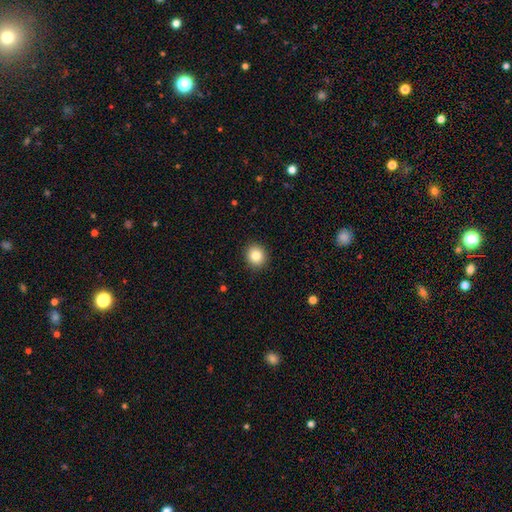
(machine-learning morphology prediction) A smooth galaxy with no disk features (84%) that is round (85%). Merging: none (92%).